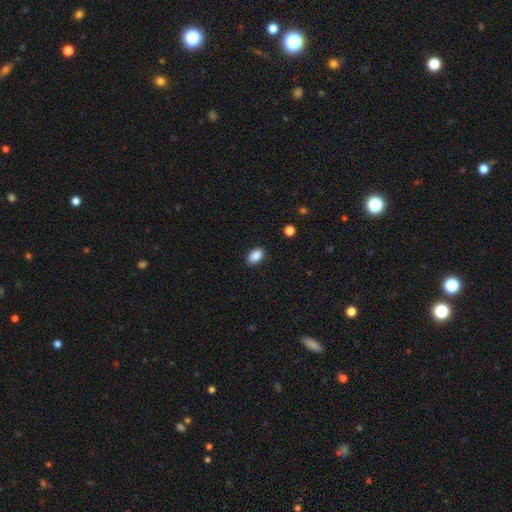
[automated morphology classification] This is clearly a smooth galaxy (89%). How rounded: clearly in between (89%). Merging: clearly none (89%).